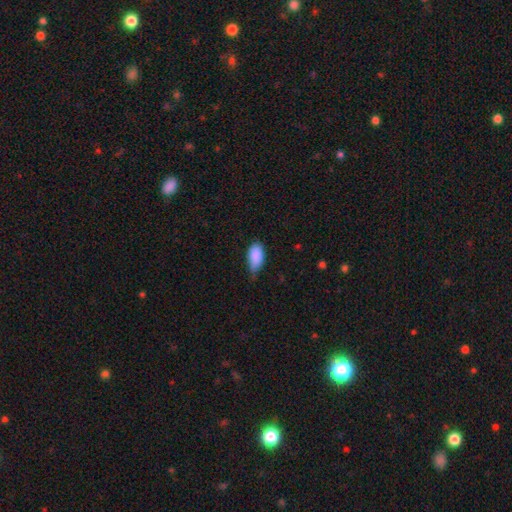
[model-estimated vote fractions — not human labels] smooth 88%, star or artifact 7%, featured or disk 5%. Down the decision tree: how rounded — in between (92%); merging — none (46%).